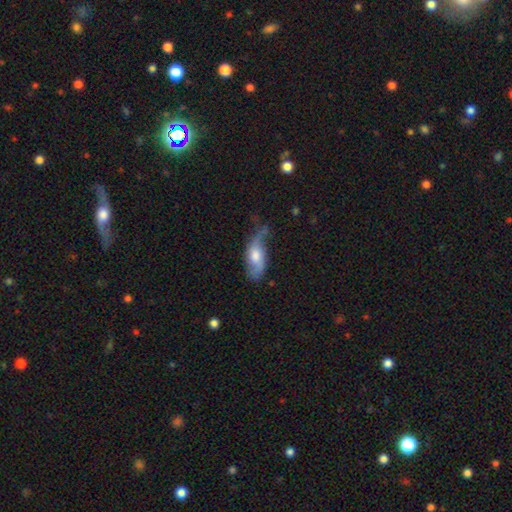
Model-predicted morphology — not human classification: Smooth or featured? Predicted: featured or disk (p=0.53). Edge-on disk? Predicted: no (p=0.84). Merging? Predicted: none (p=0.40).